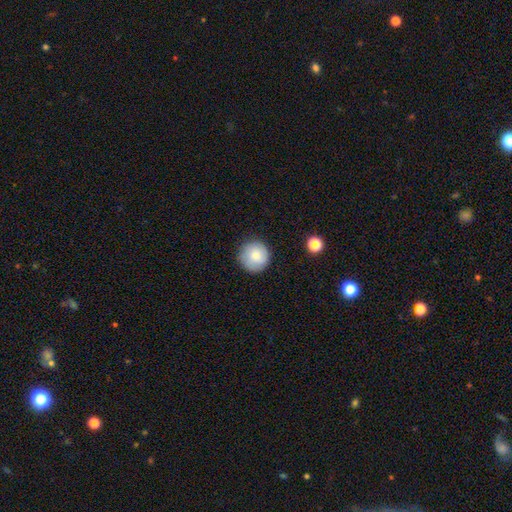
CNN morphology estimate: smooth 80%, featured or disk 12%, star or artifact 8%. Down the decision tree: how rounded — round (95%); merging — none (87%).